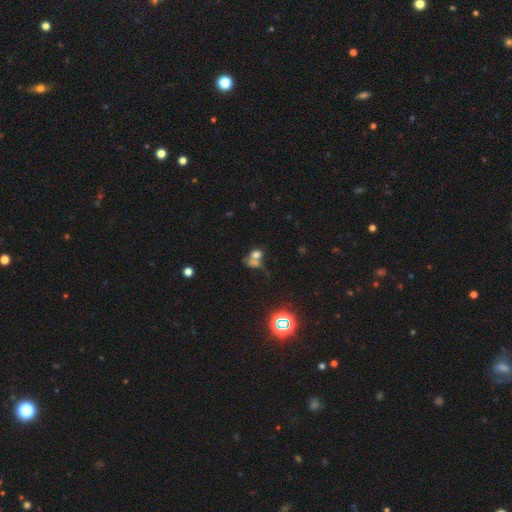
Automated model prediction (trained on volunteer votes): Smooth or featured?
  - smooth: 56% *
  - star or artifact: 24%
  - featured or disk: 20%
How rounded?
  - in between: 54% *
  - round: 43%
  - cigar-shaped: 3%
Merging?
  - merger: 54% *
  - none: 25%
  - major disturbance: 11%
  - minor disturbance: 10%